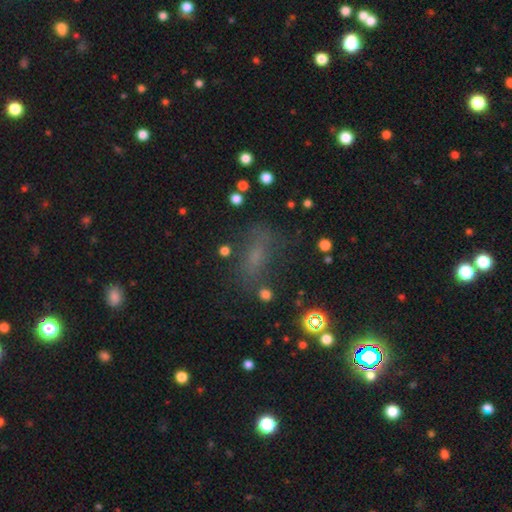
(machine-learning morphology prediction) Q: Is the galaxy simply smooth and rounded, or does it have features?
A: smooth — 48%.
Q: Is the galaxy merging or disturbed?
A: none — 62%.